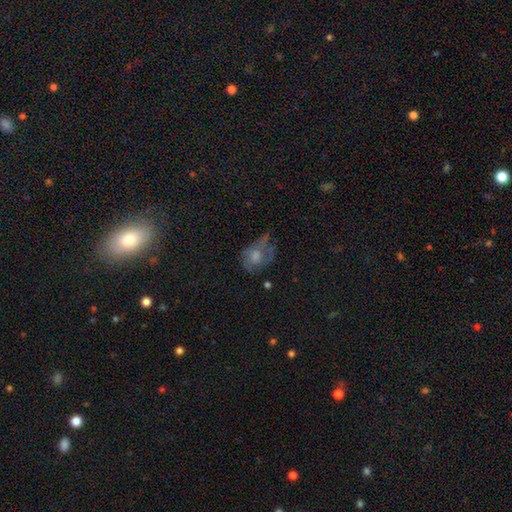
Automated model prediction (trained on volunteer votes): smooth_or_featured: smooth (p=0.46) [alt: featured or disk p=0.44]
merging: major disturbance (p=0.36) [alt: none p=0.32]